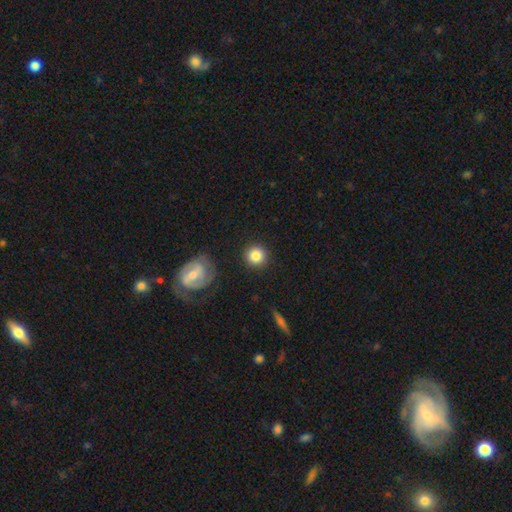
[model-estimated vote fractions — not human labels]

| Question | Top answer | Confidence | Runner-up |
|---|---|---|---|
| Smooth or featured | smooth | 83% | featured or disk (9%) |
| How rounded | round | 93% | in between (6%) |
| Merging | none | 87% | minor disturbance (8%) |